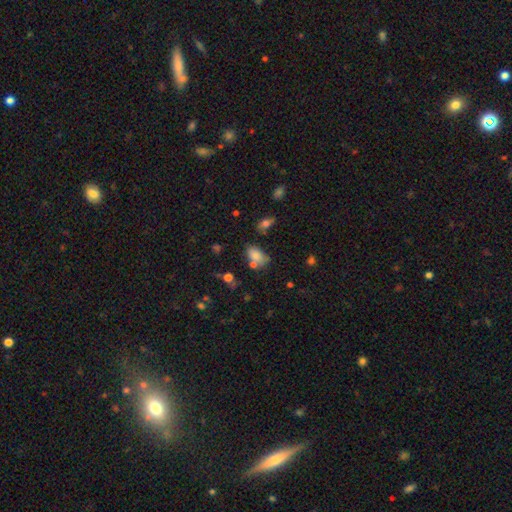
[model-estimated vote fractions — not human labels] Smooth or featured: smooth — 78% (star or artifact — 12%)
How rounded: in between — 88% (round — 10%)
Merging: none — 53% (minor disturbance — 21%)